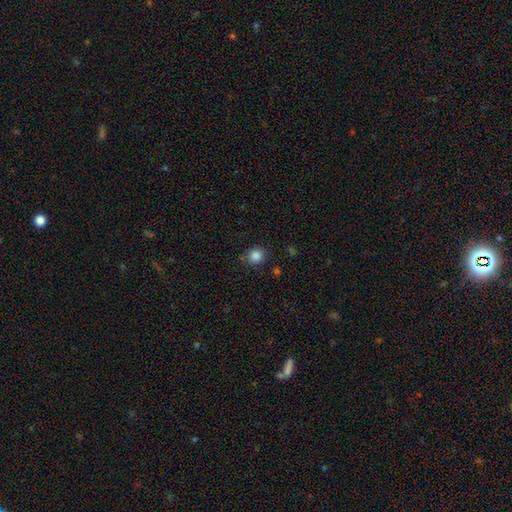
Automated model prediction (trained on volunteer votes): smooth_or_featured: smooth (p=0.86) [alt: star or artifact p=0.10]
how_rounded: round (p=0.81) [alt: in between p=0.18]
merging: none (p=0.83) [alt: minor disturbance p=0.11]